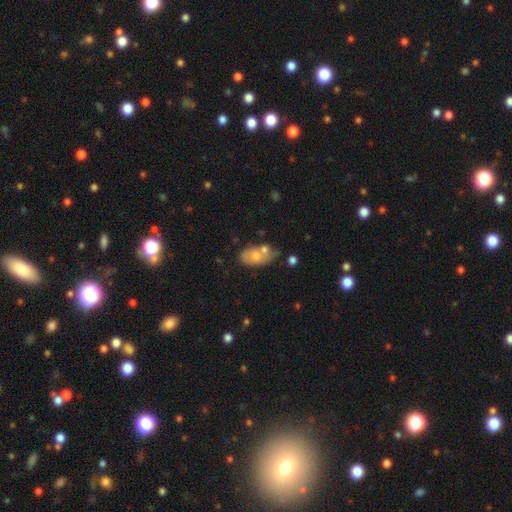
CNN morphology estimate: Smooth or featured?
  - smooth: 58% *
  - featured or disk: 33%
  - star or artifact: 9%
How rounded?
  - in between: 88% *
  - round: 9%
  - cigar-shaped: 3%
Merging?
  - none: 44% *
  - merger: 28%
  - minor disturbance: 21%
  - major disturbance: 7%